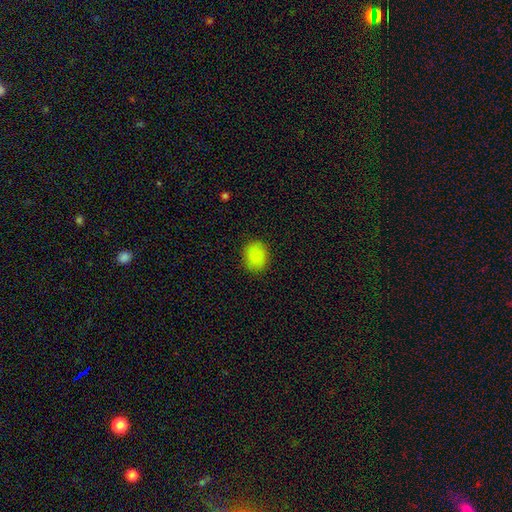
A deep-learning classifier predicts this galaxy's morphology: A smooth galaxy with no disk features (88%) that is round (65%).

Vote fractions:
- Smooth or featured? smooth: 88% / star or artifact: 9% / featured or disk: 4%
- How rounded? round: 65% / in between: 34% / cigar-shaped: 1%
- Merging? none: 87% / minor disturbance: 9% / major disturbance: 3% / merger: 1%